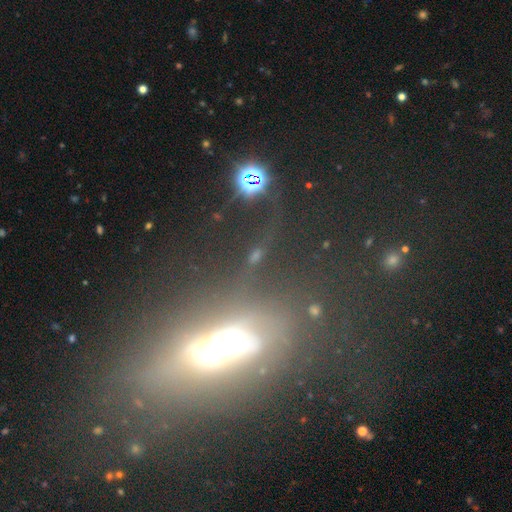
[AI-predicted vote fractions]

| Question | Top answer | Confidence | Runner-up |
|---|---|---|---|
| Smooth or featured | star or artifact | 42% | smooth (38%) |